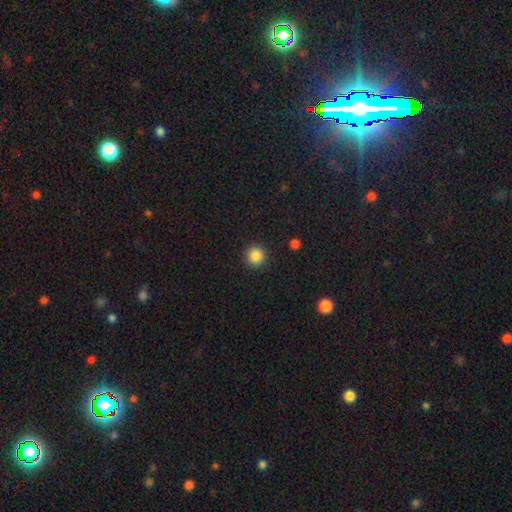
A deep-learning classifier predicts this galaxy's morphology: This appears to be a smooth galaxy with no disk features (87%) that is round (95%). Merging: none (91%).